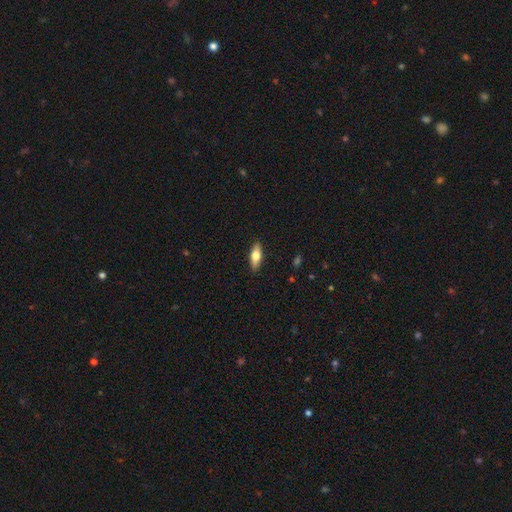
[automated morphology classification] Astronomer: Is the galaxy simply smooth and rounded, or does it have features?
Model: smooth — 63%.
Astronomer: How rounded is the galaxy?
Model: in between — 68%.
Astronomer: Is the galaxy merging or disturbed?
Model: none — 89%.